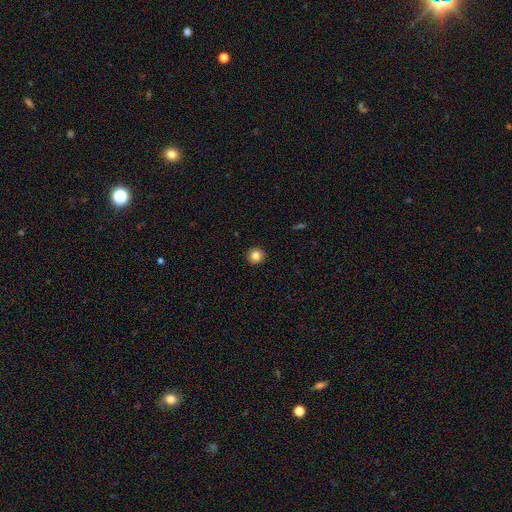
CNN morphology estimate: A smooth galaxy with no disk features (84%) that is round (95%). Merging: none (93%).